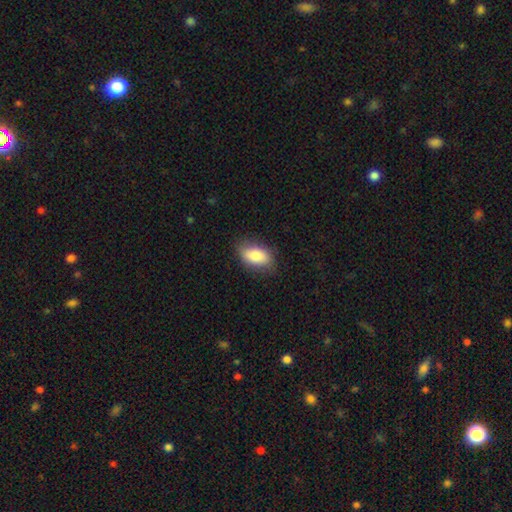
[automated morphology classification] Smooth or featured?
  - smooth: 82% *
  - featured or disk: 11%
  - star or artifact: 7%
How rounded?
  - in between: 91% *
  - round: 6%
  - cigar-shaped: 3%
Merging?
  - none: 78% *
  - minor disturbance: 16%
  - major disturbance: 4%
  - merger: 1%